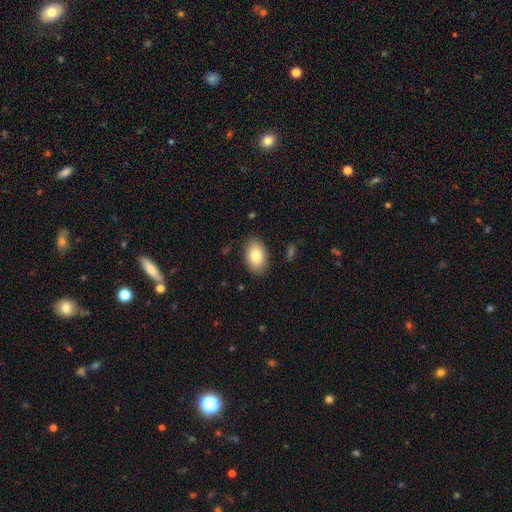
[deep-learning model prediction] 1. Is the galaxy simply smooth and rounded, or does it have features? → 83% smooth, 10% featured or disk, 7% star or artifact.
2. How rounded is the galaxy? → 91% in between, 8% round, 1% cigar-shaped.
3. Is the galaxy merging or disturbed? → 86% none, 10% minor disturbance, 3% major disturbance, 1% merger.